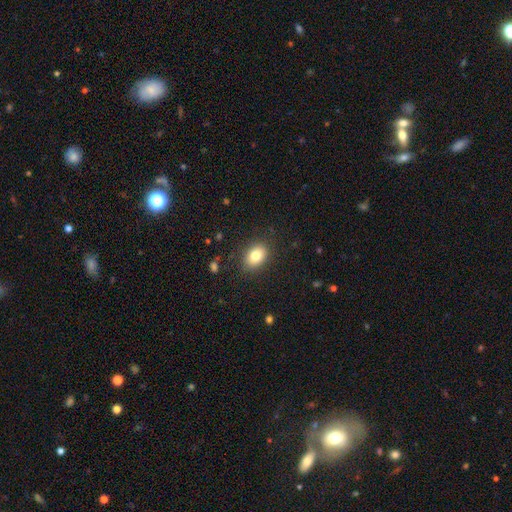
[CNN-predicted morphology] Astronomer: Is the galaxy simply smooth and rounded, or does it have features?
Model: smooth — 82%.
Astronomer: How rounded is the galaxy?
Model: in between — 75%.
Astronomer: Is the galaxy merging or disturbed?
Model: none — 87%.